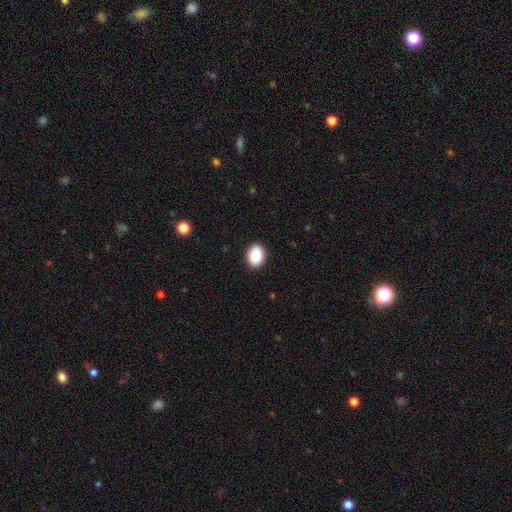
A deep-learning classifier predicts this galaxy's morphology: smooth-or-featured: smooth: 90% | star or artifact: 7% | featured or disk: 3%
  how-rounded: in between: 74% | round: 25% | cigar-shaped: 1%
  merging: none: 89% | minor disturbance: 8% | major disturbance: 2% | merger: 1%